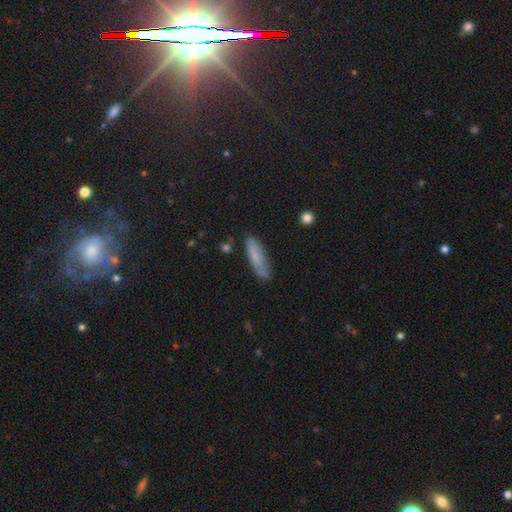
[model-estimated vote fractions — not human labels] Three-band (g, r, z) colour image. It shows a smooth galaxy with no disk features (75%) that is cigar-shaped (62%). Merging: none (71%).